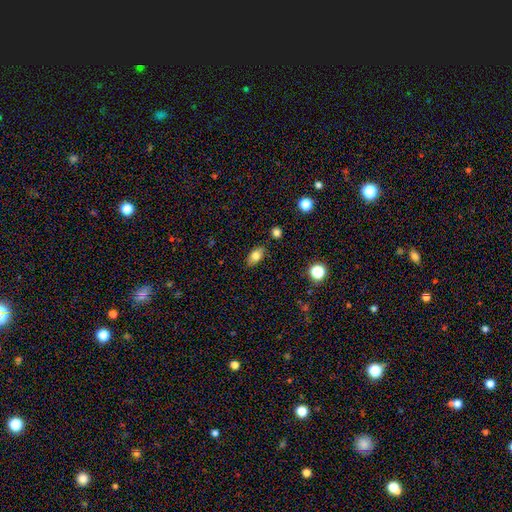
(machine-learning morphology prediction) A smooth galaxy with no disk features (77%) that is in between round and cigar-shaped (87%).

Vote fractions:
- Smooth or featured? smooth: 77% / featured or disk: 14% / star or artifact: 9%
- How rounded? in between: 87% / round: 8% / cigar-shaped: 5%
- Merging? none: 84% / minor disturbance: 11% / major disturbance: 2% / merger: 2%